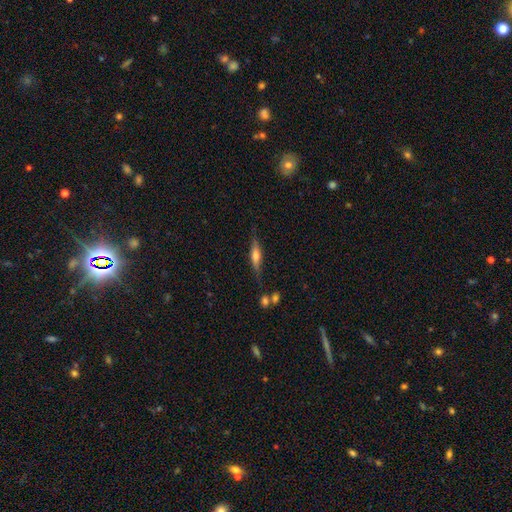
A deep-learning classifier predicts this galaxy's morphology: Smooth or featured: featured or disk — 50% (smooth — 43%)
Merging: none — 75% (minor disturbance — 16%)